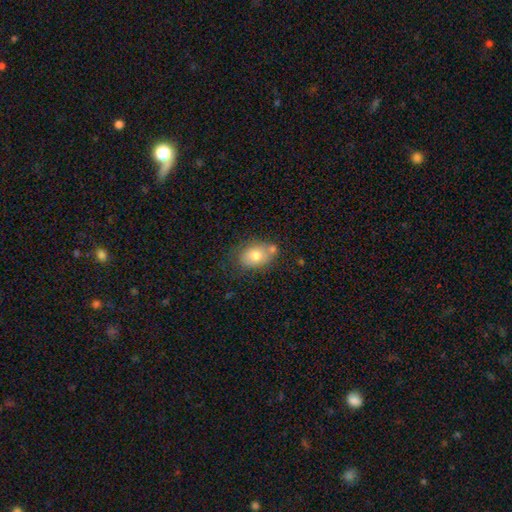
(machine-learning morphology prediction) This appears to be a smooth galaxy with no disk features (75%) that is in between round and cigar-shaped (75%). Merging: none (56%).